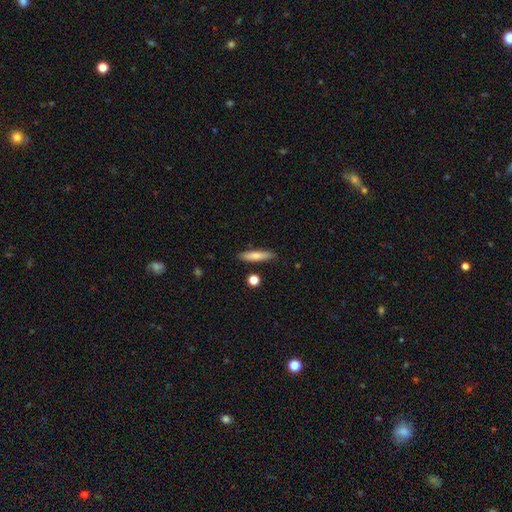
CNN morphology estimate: Q: Smooth or featured?
A: smooth (73%); runner-up: featured or disk (21%)
Q: How rounded?
A: cigar-shaped (83%); runner-up: in between (15%)
Q: Merging?
A: none (87%); runner-up: minor disturbance (9%)